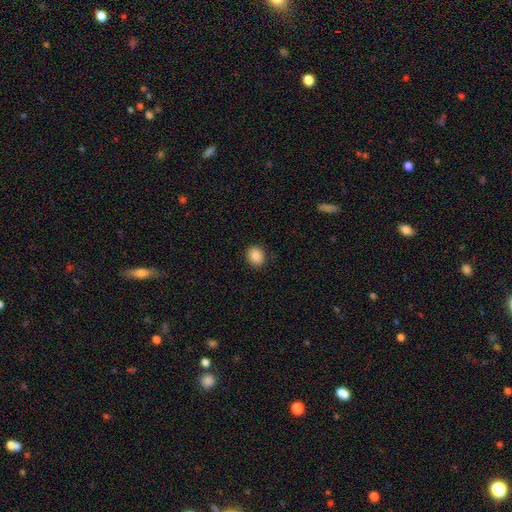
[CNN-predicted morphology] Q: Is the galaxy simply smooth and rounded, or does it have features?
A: smooth — 88%.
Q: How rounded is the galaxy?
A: round — 62%.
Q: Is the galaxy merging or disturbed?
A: none — 90%.